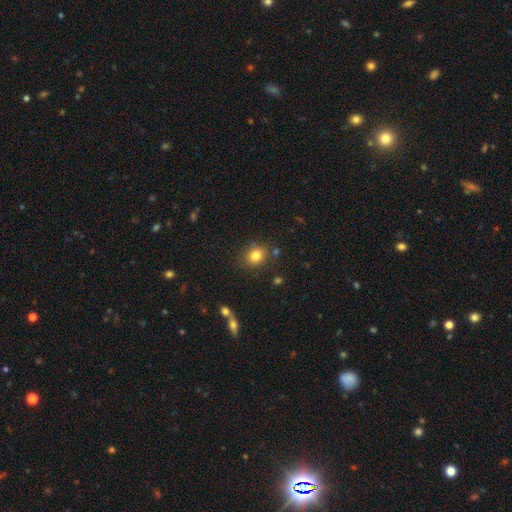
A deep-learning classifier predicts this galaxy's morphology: Smooth or featured? smooth (81%)
How rounded? round (67%)
Merging? none (79%)